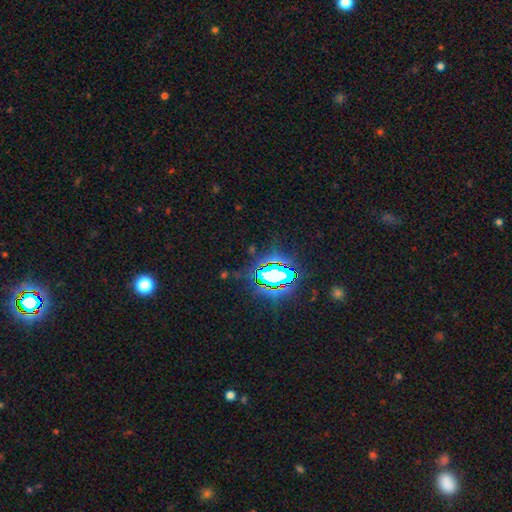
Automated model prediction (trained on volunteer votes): A star or artifact, not a galaxy (78%).

Vote fractions:
- Smooth or featured? star or artifact: 78% / smooth: 13% / featured or disk: 9%